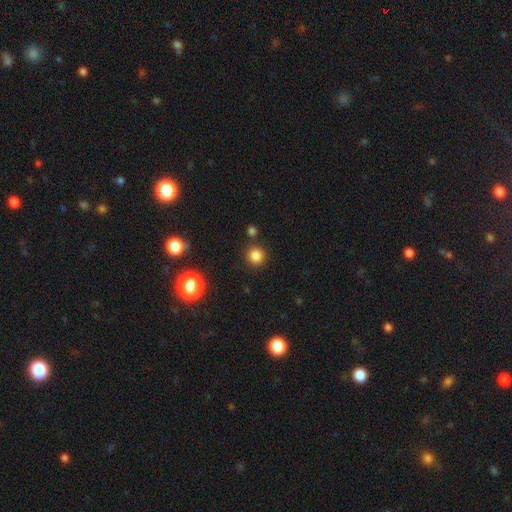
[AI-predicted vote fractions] Smooth or featured? smooth (82%)
How rounded? round (94%)
Merging? none (86%)